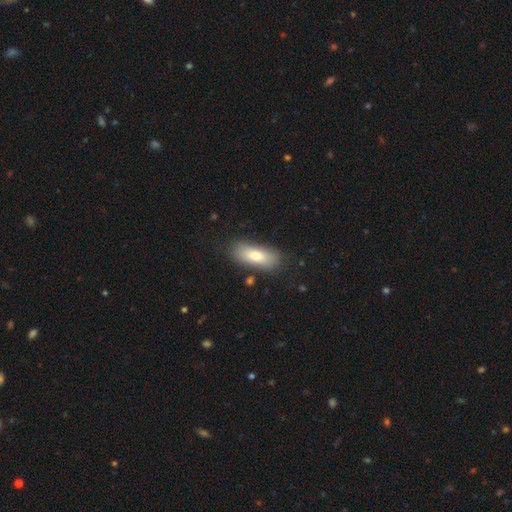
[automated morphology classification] type=smooth (77%); roundness=in between (80%); merging=none (81%).